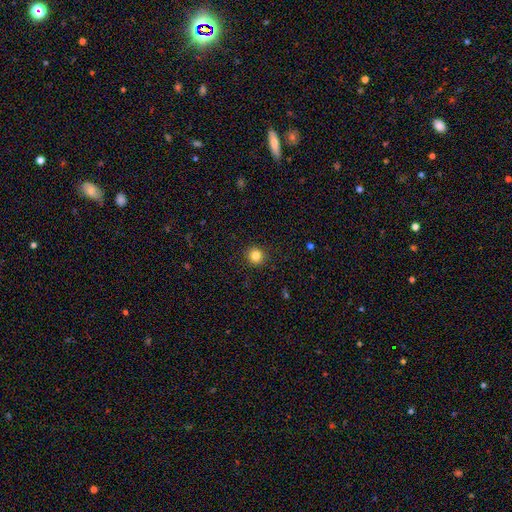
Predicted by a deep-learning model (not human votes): smooth_or_featured: smooth (p=0.83) [alt: star or artifact p=0.12]
how_rounded: round (p=0.94) [alt: in between p=0.05]
merging: none (p=0.92) [alt: minor disturbance p=0.05]